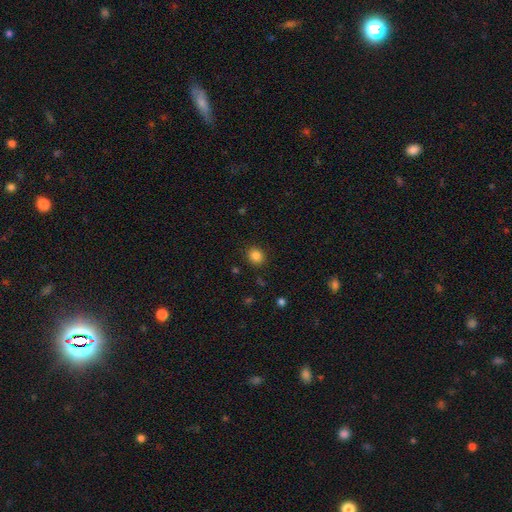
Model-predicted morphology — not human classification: Smooth or featured? Predicted: smooth (p=0.84). How rounded? Predicted: round (p=0.78). Merging? Predicted: none (p=0.89).